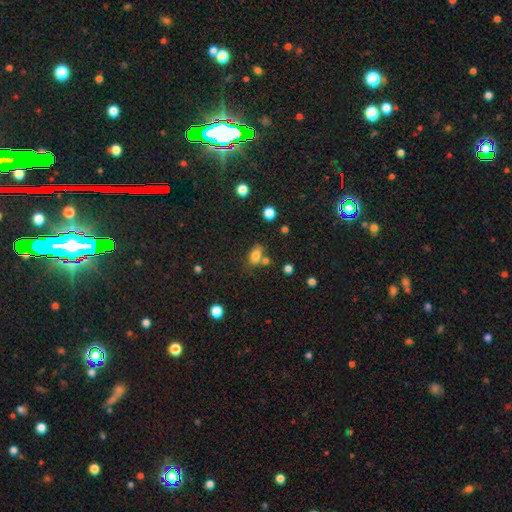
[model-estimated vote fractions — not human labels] smooth_or_featured: smooth (p=0.79) [alt: star or artifact p=0.12]
how_rounded: in between (p=0.82) [alt: round p=0.12]
merging: none (p=0.56) [alt: merger p=0.21]